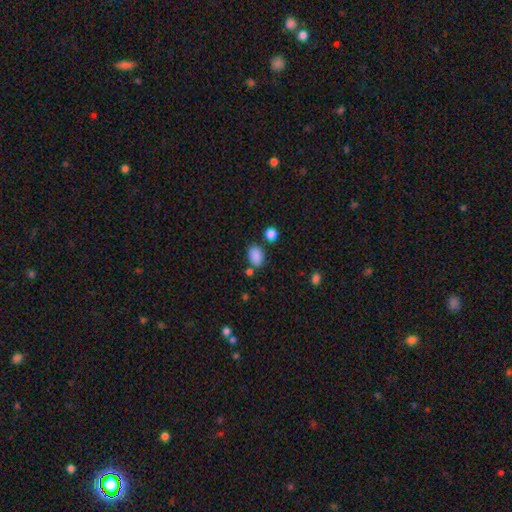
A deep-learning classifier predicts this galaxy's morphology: Smooth or featured? smooth (86%)
How rounded? in between (78%)
Merging? none (70%)